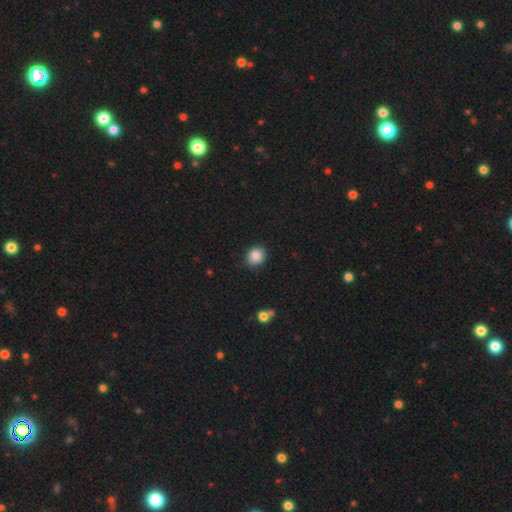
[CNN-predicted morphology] smooth-or-featured: smooth: 86% | star or artifact: 9% | featured or disk: 5%
  how-rounded: round: 65% | in between: 34% | cigar-shaped: 1%
  merging: none: 84% | minor disturbance: 12% | major disturbance: 2% | merger: 1%